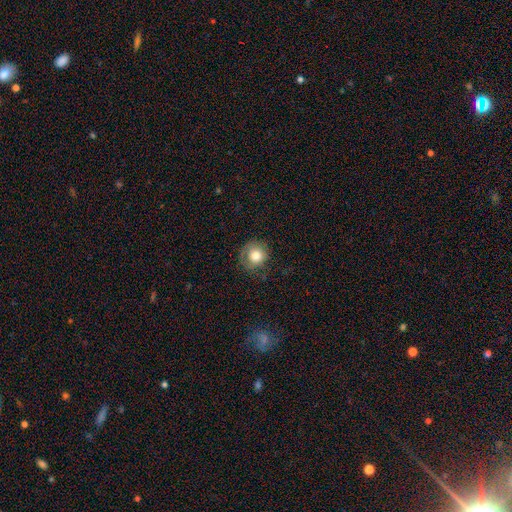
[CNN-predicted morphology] Q: Smooth or featured?
A: smooth (75%); runner-up: featured or disk (16%)
Q: How rounded?
A: round (90%); runner-up: in between (9%)
Q: Merging?
A: none (69%); runner-up: minor disturbance (20%)